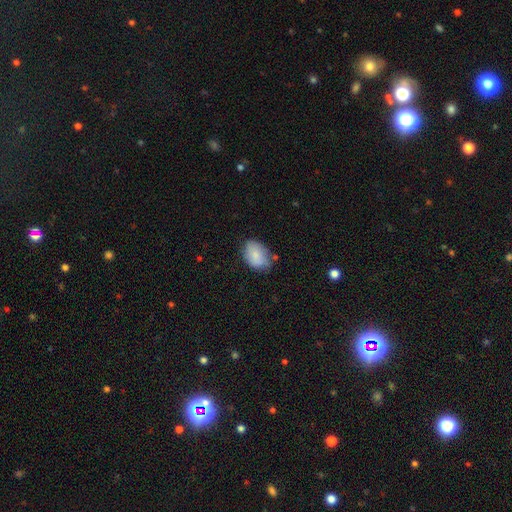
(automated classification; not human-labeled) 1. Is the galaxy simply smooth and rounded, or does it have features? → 80% smooth, 13% featured or disk, 7% star or artifact.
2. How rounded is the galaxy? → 83% in between, 16% round, 1% cigar-shaped.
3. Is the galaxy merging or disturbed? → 58% none, 31% minor disturbance, 6% major disturbance, 4% merger.